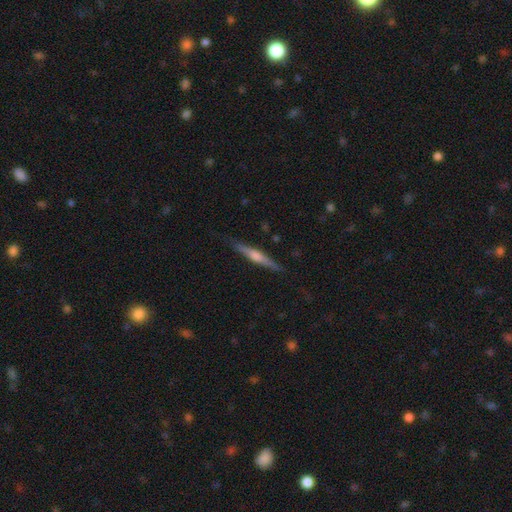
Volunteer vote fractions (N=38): featured or disk 82%, smooth 16%, star or artifact 3%. Down the decision tree: edge-on disk — yes (100%); edge-on bulge — rounded (81%); merging — none (70%).